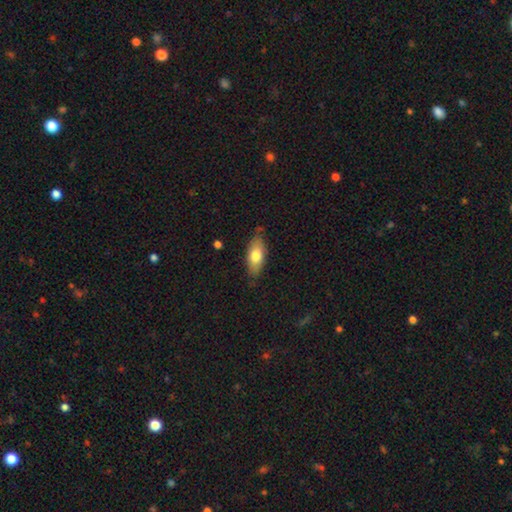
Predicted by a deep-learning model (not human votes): smooth_or_featured: smooth (p=0.73) [alt: featured or disk p=0.21]
how_rounded: in between (p=0.83) [alt: cigar-shaped p=0.14]
merging: none (p=0.76) [alt: minor disturbance p=0.19]